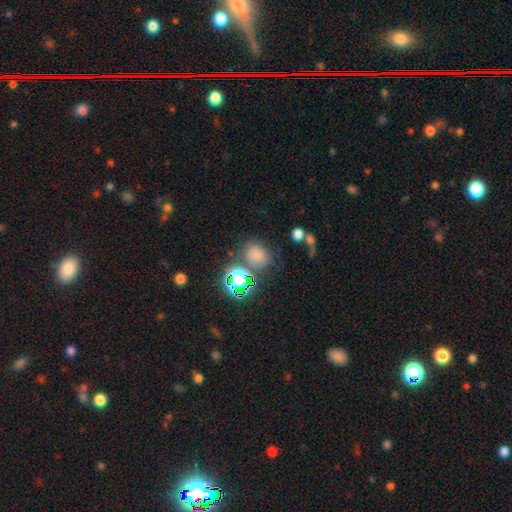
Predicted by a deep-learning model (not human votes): Smooth or featured?
  - smooth: 70% *
  - star or artifact: 23%
  - featured or disk: 6%
How rounded?
  - round: 64% *
  - in between: 35%
  - cigar-shaped: 1%
Merging?
  - none: 70% *
  - minor disturbance: 13%
  - merger: 11%
  - major disturbance: 6%